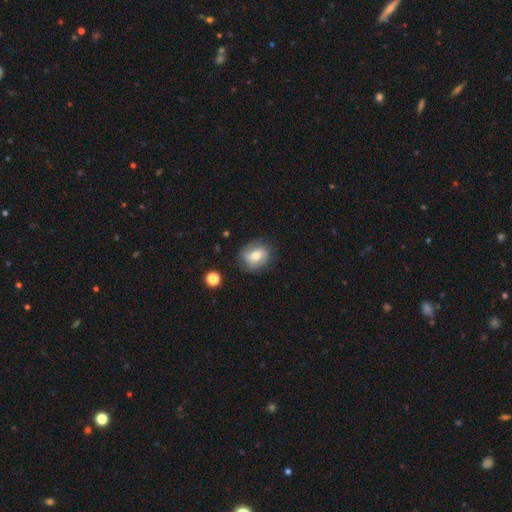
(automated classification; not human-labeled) A smooth galaxy with no disk features (57%) that is round (64%). Merging: none (78%).